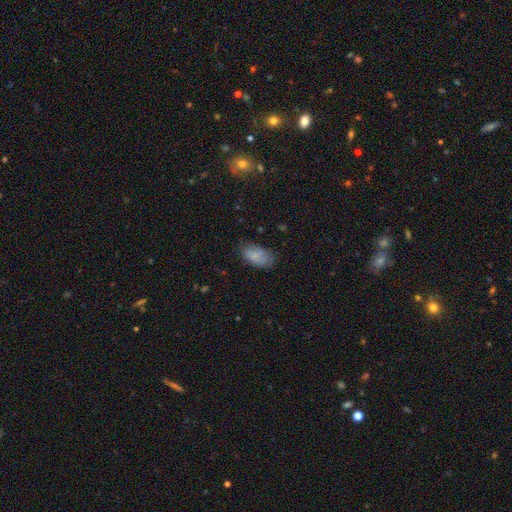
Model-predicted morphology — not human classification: Q: Smooth or featured?
A: smooth (80%); runner-up: featured or disk (12%)
Q: How rounded?
A: in between (93%); runner-up: round (4%)
Q: Merging?
A: none (64%); runner-up: minor disturbance (26%)